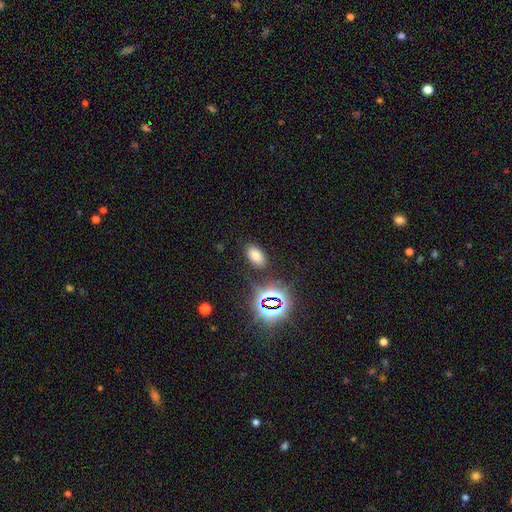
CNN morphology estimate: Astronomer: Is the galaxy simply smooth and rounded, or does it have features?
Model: smooth — 68%.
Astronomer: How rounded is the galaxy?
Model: in between — 91%.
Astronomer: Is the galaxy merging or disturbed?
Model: none — 85%.